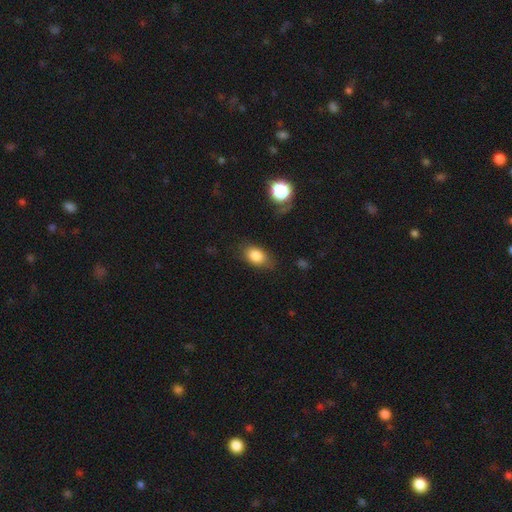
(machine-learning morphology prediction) Smooth or featured? Predicted: smooth (p=0.83). How rounded? Predicted: in between (p=0.83). Merging? Predicted: none (p=0.75).